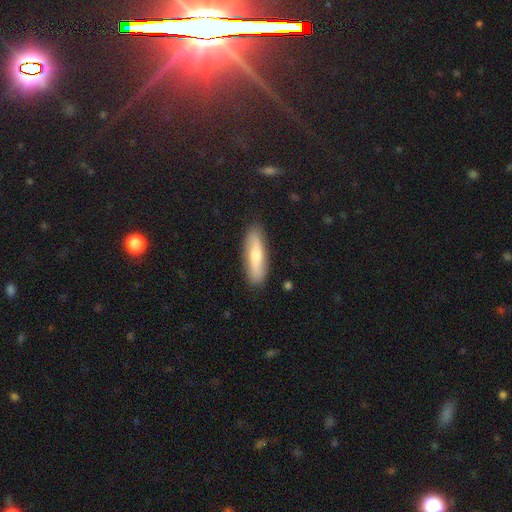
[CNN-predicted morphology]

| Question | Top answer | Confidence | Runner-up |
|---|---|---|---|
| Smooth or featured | smooth | 54% | featured or disk (33%) |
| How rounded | cigar-shaped | 75% | in between (22%) |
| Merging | none | 87% | minor disturbance (10%) |